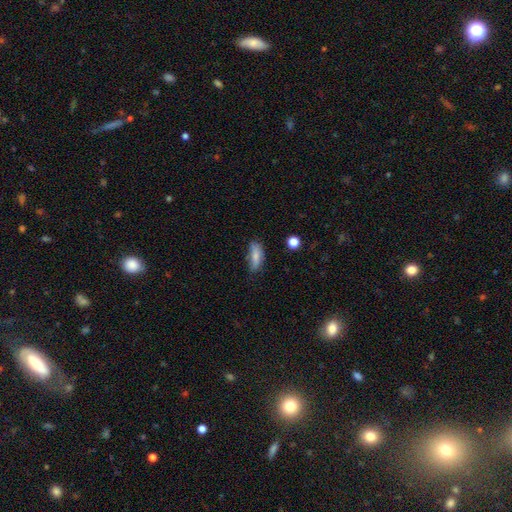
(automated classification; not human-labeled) Overall: smooth (80%). How rounded: in between (68%; cigar-shaped 29%). Merging: none (58%; minor disturbance 30%).